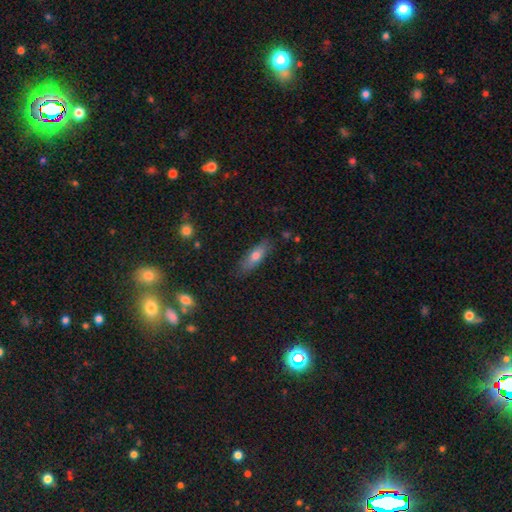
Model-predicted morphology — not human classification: Smooth or featured? Predicted: smooth (p=0.68). How rounded? Predicted: in between (p=0.51). Merging? Predicted: none (p=0.81).